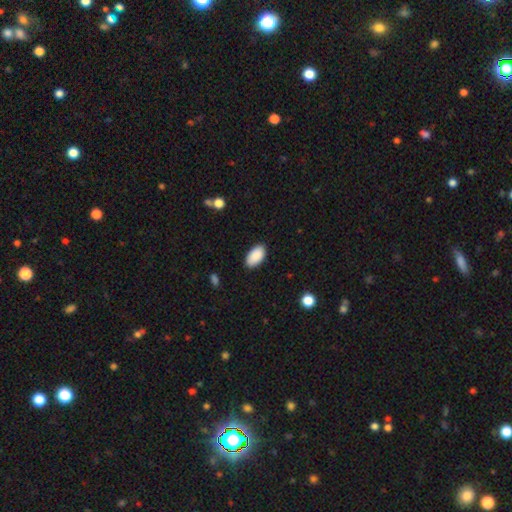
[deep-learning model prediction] A smooth galaxy with no disk features (90%) that is in between round and cigar-shaped (96%). Merging: none (88%).